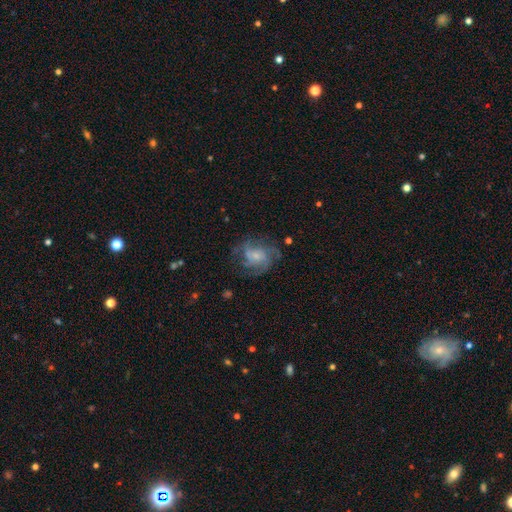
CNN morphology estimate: A featured or disk galaxy (70%) with no bar (68%), medium (46%) spiral arms (86%) and a small central bulge (43%).

Vote fractions:
- Smooth or featured? featured or disk: 70% / smooth: 21% / star or artifact: 10%
- Edge-on disk? no: 98% / yes: 2%
- Bar? no: 68% / weak: 28% / strong: 4%
- Spiral arms? yes: 86% / no: 14%
- Spiral winding? medium: 46% / tight: 35% / loose: 20%
- Spiral arm count? can't tell: 31% / 3: 24% / 4: 22% / 2: 11% / more than 4: 6% / 1: 6%
- Bulge size? small: 43% / moderate: 33% / none: 15% / large: 7% / dominant: 2%
- Merging? none: 63% / minor disturbance: 19% / major disturbance: 16% / merger: 2%